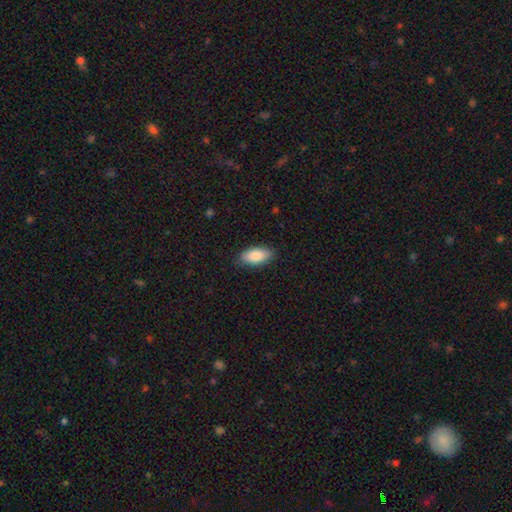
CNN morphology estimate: This is clearly a smooth galaxy (84%). How rounded: clearly in between (89%). Merging: clearly none (84%).